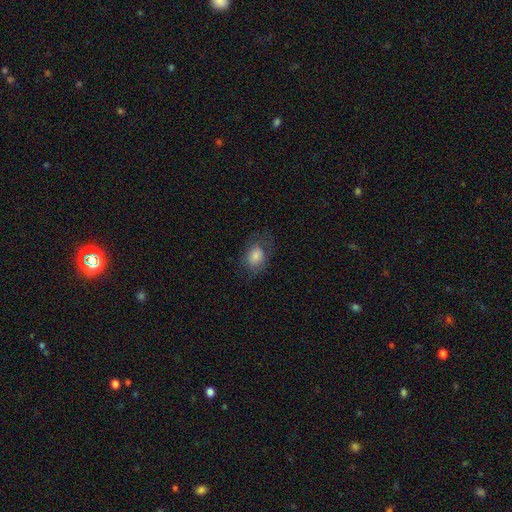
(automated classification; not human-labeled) Smooth or featured: smooth — 74% (featured or disk — 16%)
How rounded: in between — 71% (round — 28%)
Merging: none — 65% (minor disturbance — 21%)